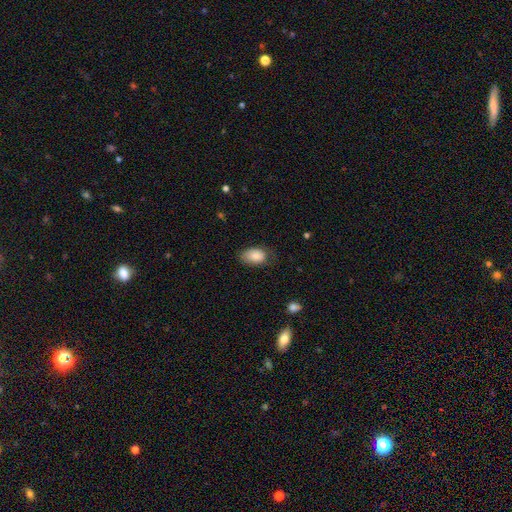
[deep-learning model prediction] smooth_or_featured: smooth (p=0.84) [alt: featured or disk p=0.09]
how_rounded: in between (p=0.90) [alt: round p=0.08]
merging: none (p=0.63) [alt: minor disturbance p=0.27]